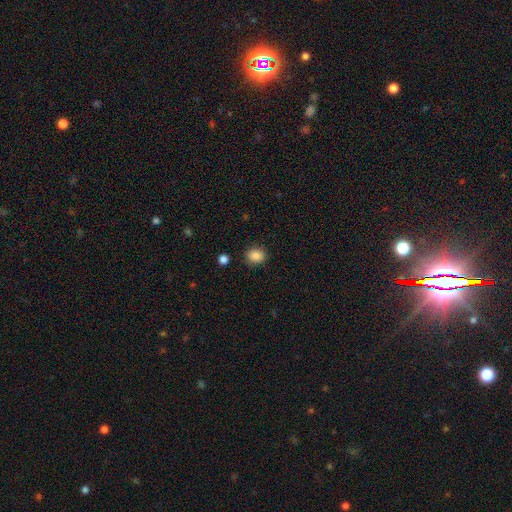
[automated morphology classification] This appears to be a smooth galaxy with no disk features (87%) that is round (56%). Merging: none (87%).